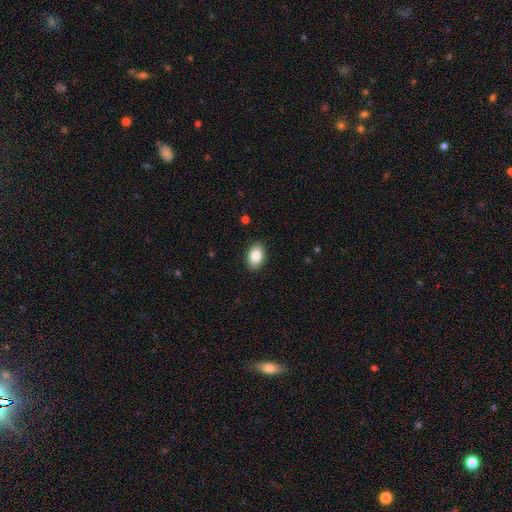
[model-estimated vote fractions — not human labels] This appears to be a smooth galaxy with no disk features (84%) that is in between round and cigar-shaped (88%). Merging: none (89%).